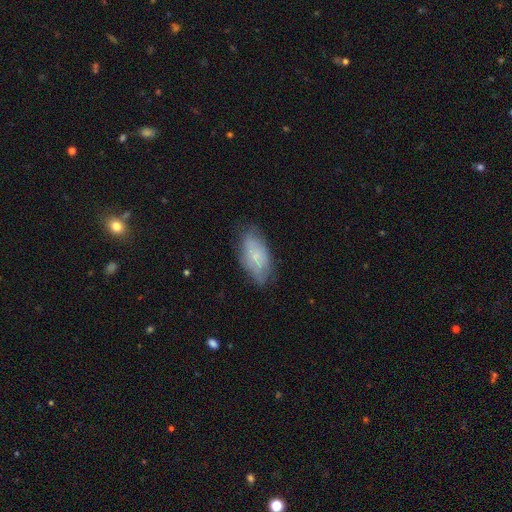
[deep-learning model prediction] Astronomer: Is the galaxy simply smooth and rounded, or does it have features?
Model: smooth — 58% (runner-up: featured or disk, 34%).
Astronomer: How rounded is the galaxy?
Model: in between — 91%.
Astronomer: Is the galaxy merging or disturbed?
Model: none — 69%.